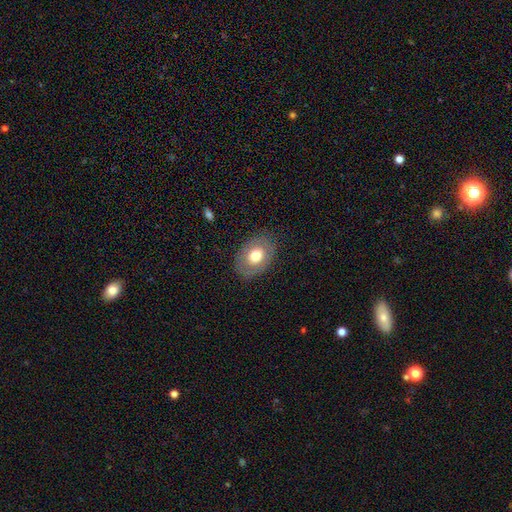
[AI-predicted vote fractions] Smooth or featured: smooth — 63% (featured or disk — 30%)
How rounded: in between — 75% (round — 24%)
Merging: none — 82% (minor disturbance — 13%)